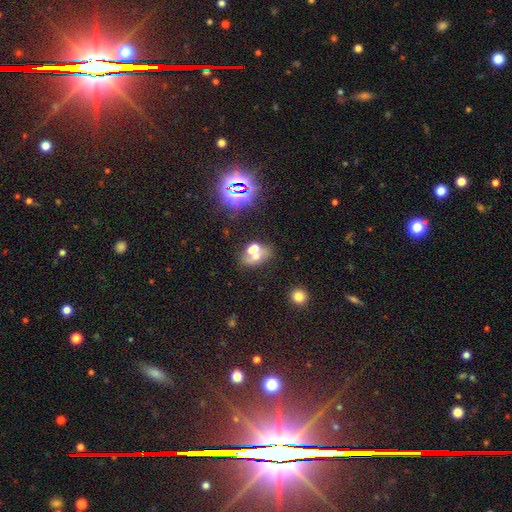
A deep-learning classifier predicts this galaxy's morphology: Smooth or featured?
  - smooth: 52% *
  - featured or disk: 28%
  - star or artifact: 19%
How rounded?
  - in between: 68% *
  - round: 30%
  - cigar-shaped: 2%
Merging?
  - merger: 52% *
  - none: 32%
  - minor disturbance: 10%
  - major disturbance: 7%